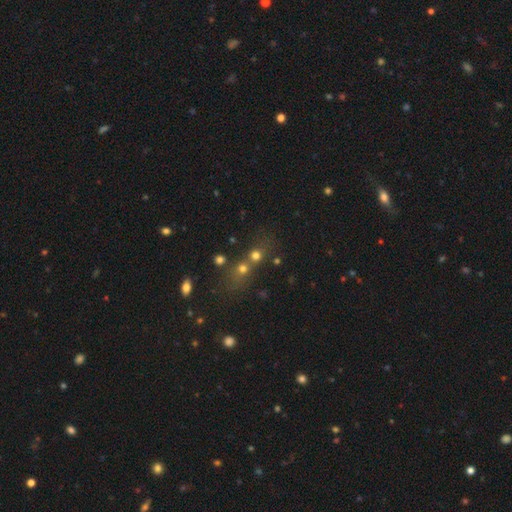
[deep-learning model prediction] Smooth or featured? smooth (61%)
How rounded? round (80%)
Merging? merger (52%)